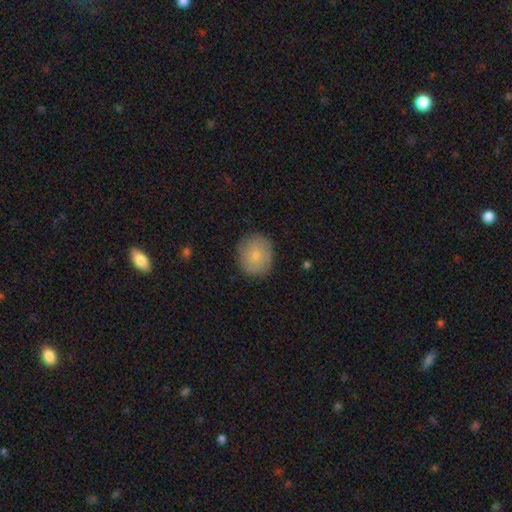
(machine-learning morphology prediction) This is likely a smooth galaxy (76%). How rounded: likely round (74%). Merging: clearly none (84%).